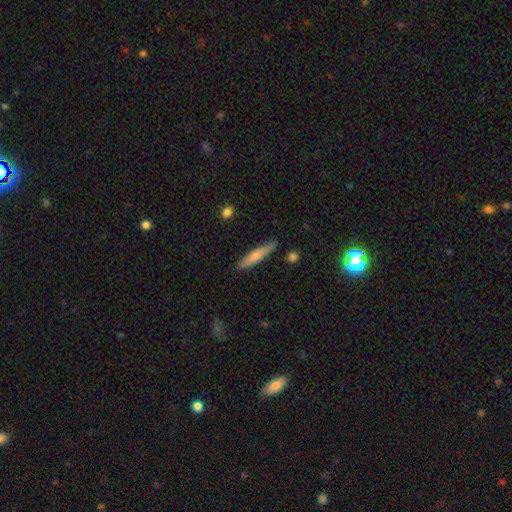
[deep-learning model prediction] This appears to be a smooth galaxy with no disk features (67%) that is cigar-shaped (88%). Merging: none (83%).